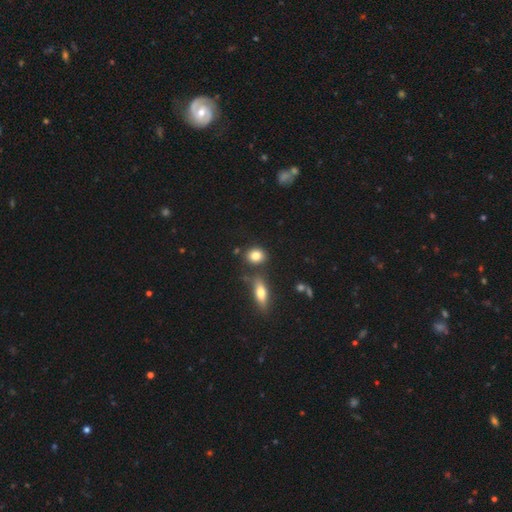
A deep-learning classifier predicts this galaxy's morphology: smooth_or_featured: smooth (p=0.81) [alt: star or artifact p=0.10]
how_rounded: round (p=0.56) [alt: in between p=0.41]
merging: none (p=0.76) [alt: merger p=0.11]